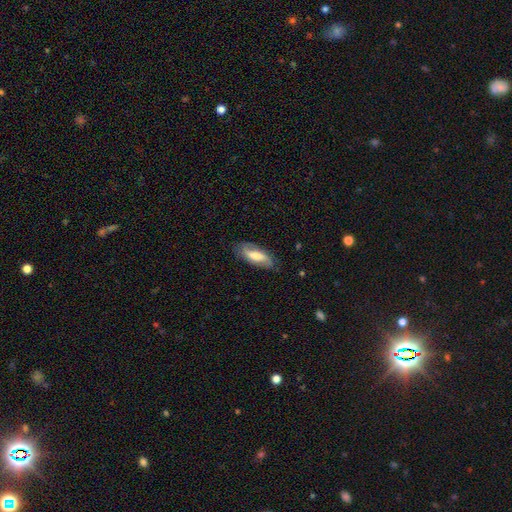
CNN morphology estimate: Smooth or featured: featured or disk — 49% (smooth — 45%)
Merging: none — 77% (minor disturbance — 17%)